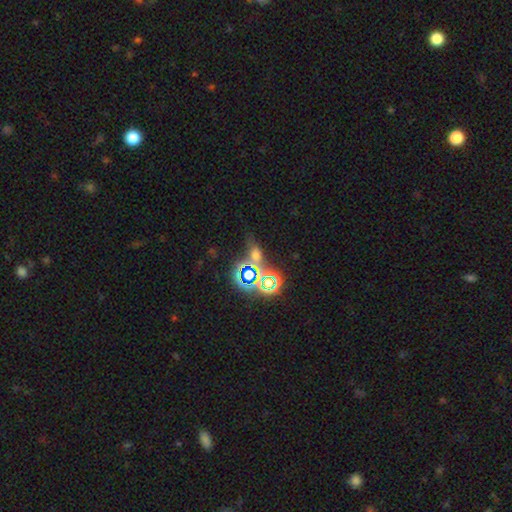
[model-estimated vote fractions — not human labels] Smooth or featured?
  - star or artifact: 53% *
  - smooth: 35%
  - featured or disk: 12%